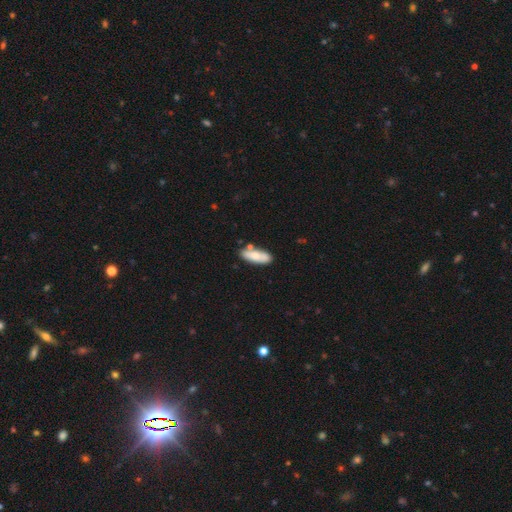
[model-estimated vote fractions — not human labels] The model was most divided on "how rounded": in between: 65%, cigar-shaped: 33%, round: 2%. More confident: merging — none (72%); smooth or featured — smooth (68%).